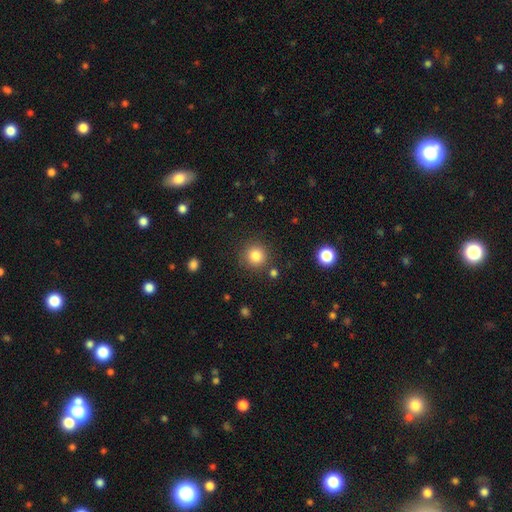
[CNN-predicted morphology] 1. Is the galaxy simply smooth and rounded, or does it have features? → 83% smooth, 11% star or artifact, 5% featured or disk.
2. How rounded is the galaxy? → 94% round, 5% in between, 1% cigar-shaped.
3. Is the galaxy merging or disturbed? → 86% none, 7% minor disturbance, 4% merger, 3% major disturbance.